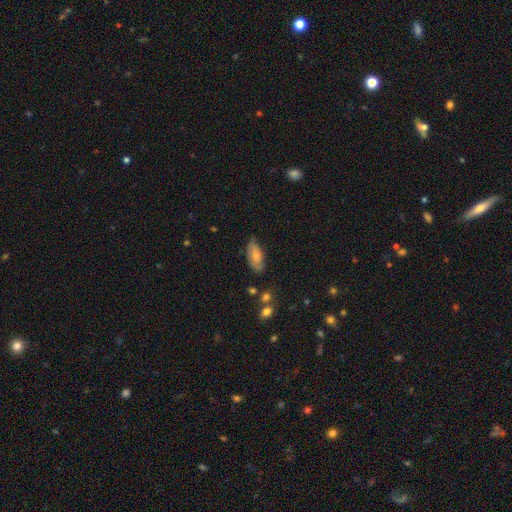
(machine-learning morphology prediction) Smooth or featured? Predicted: smooth (p=0.68). How rounded? Predicted: in between (p=0.87). Merging? Predicted: none (p=0.62).